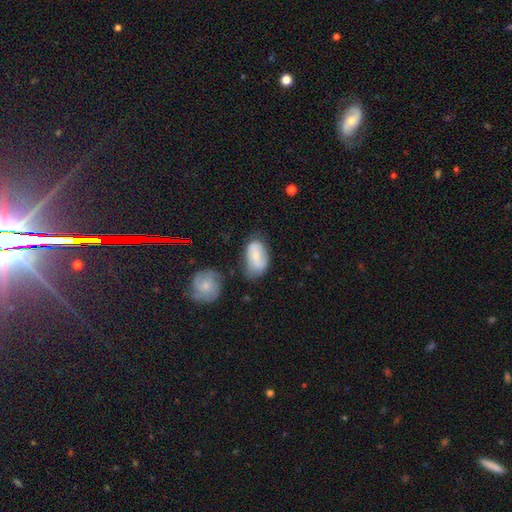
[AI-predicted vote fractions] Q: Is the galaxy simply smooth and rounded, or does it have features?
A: smooth — 53%.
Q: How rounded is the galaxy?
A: in between — 91%.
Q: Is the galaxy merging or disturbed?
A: none — 56%.